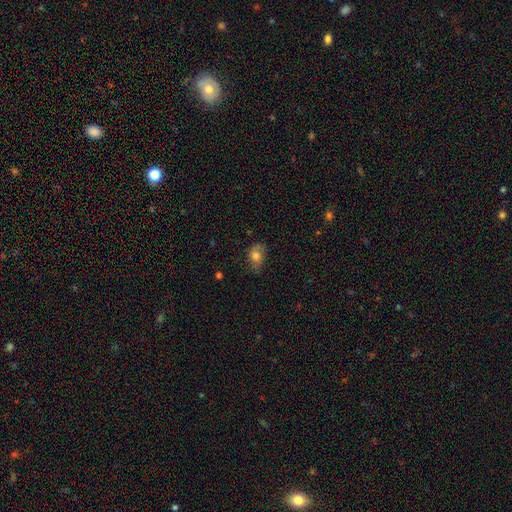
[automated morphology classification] A smooth galaxy with no disk features (74%) that is in between round and cigar-shaped (74%). Merging: none (57%).